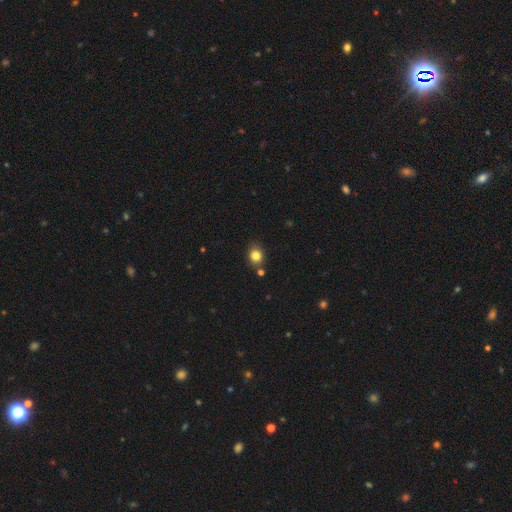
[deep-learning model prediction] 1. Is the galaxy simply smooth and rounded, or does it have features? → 83% smooth, 11% star or artifact, 6% featured or disk.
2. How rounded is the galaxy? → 64% round, 35% in between, 1% cigar-shaped.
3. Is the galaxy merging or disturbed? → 78% none, 12% minor disturbance, 7% merger, 3% major disturbance.